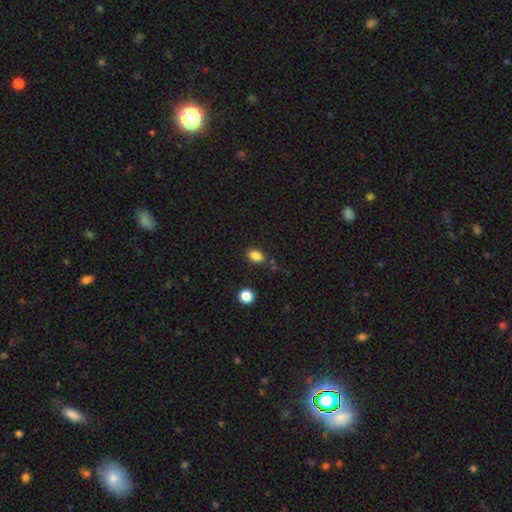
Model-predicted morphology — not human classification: Smooth or featured? Predicted: smooth (p=0.84). How rounded? Predicted: in between (p=0.80). Merging? Predicted: none (p=0.80).